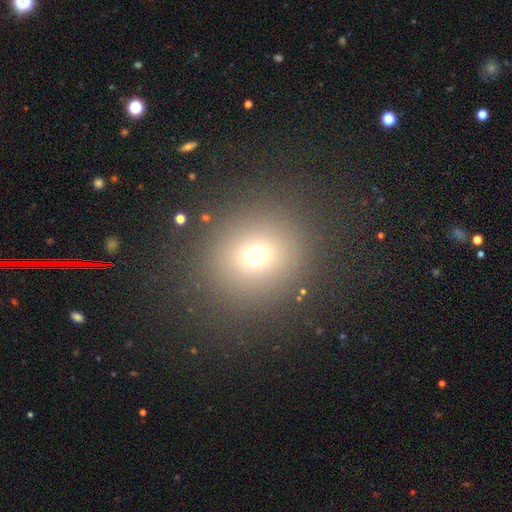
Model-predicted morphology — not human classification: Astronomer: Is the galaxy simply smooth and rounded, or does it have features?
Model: smooth — 68%.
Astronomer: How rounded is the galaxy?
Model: round — 86%.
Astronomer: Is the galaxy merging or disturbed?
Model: none — 87%.